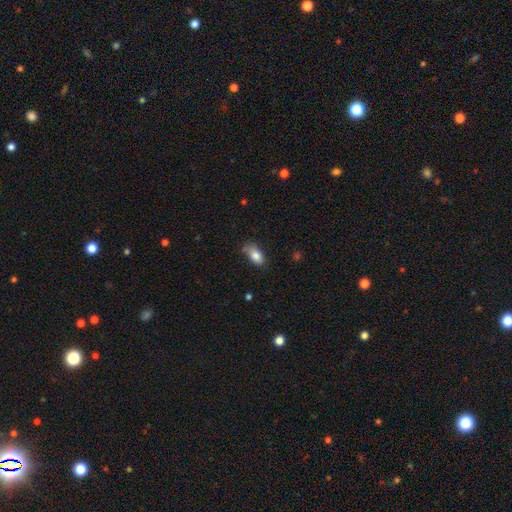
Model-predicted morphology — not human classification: Smooth or featured? Predicted: smooth (p=0.84). How rounded? Predicted: in between (p=0.90). Merging? Predicted: none (p=0.64).